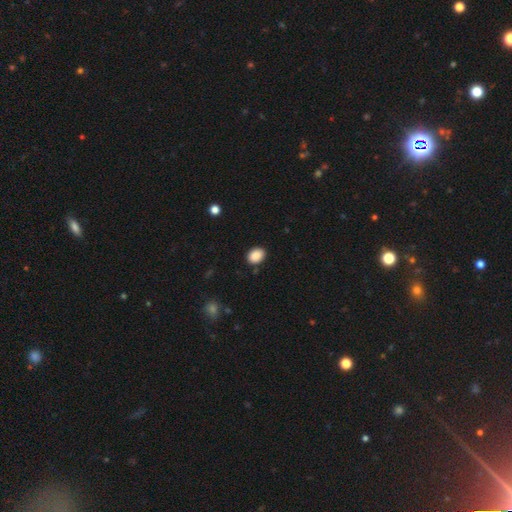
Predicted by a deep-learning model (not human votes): smooth 89%, star or artifact 8%, featured or disk 3%. Down the decision tree: how rounded — in between (67%); merging — none (87%).